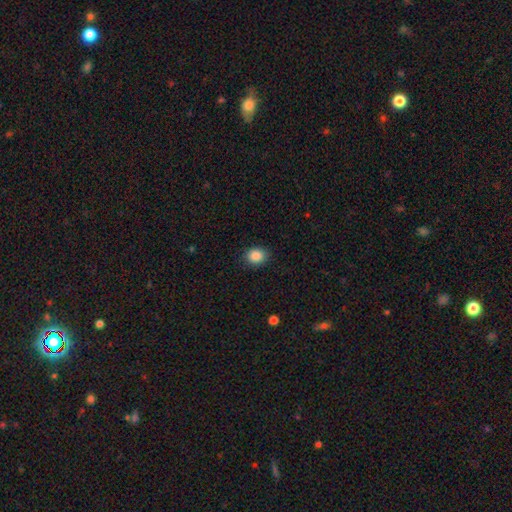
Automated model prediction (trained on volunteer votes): The model was most divided on "how rounded": round: 58%, in between: 41%, cigar-shaped: 1%. More confident: smooth or featured — smooth (88%); merging — none (88%).